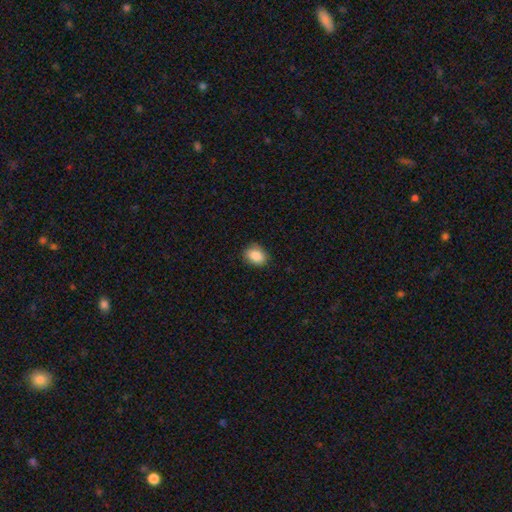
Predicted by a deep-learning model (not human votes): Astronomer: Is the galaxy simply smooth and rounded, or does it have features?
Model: smooth — 86%.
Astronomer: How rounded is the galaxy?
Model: in between — 68%.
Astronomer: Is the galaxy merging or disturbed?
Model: none — 83%.